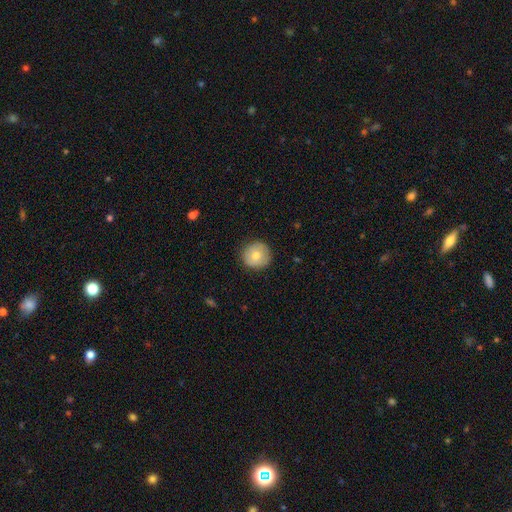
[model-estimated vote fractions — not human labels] Smooth or featured? smooth (73%)
How rounded? round (94%)
Merging? none (88%)